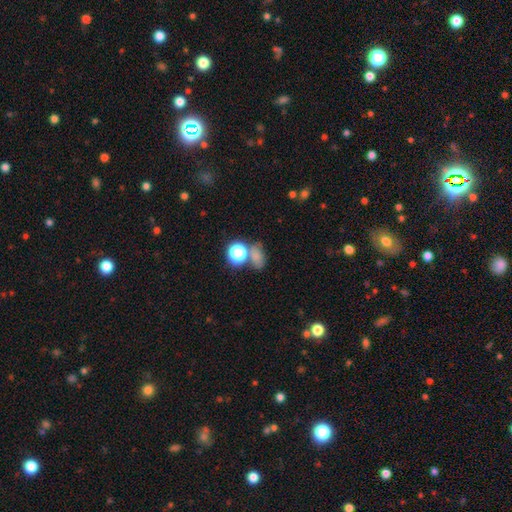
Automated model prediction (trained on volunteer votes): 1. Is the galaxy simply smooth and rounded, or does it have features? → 66% smooth, 25% star or artifact, 9% featured or disk.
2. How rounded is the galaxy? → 57% in between, 40% round, 3% cigar-shaped.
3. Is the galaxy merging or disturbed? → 53% none, 25% merger, 14% minor disturbance, 8% major disturbance.